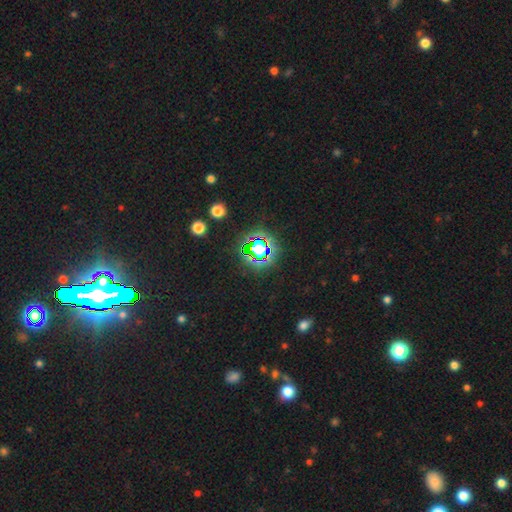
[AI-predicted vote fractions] A star or artifact, not a galaxy (82%).

Vote fractions:
- Smooth or featured? star or artifact: 82% / smooth: 10% / featured or disk: 7%